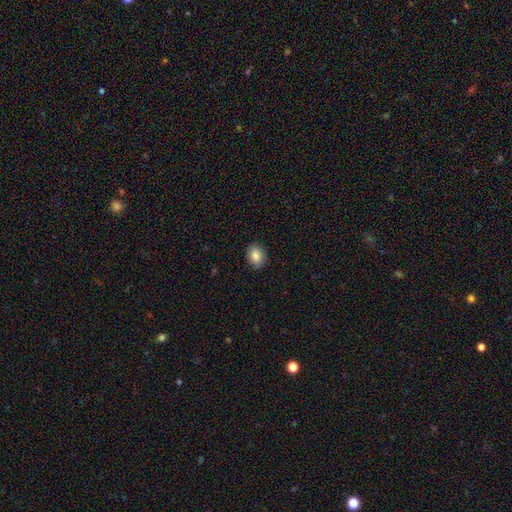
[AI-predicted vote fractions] smooth-or-featured: smooth: 86% | star or artifact: 8% | featured or disk: 6%
  how-rounded: in between: 57% | round: 43% | cigar-shaped: 1%
  merging: none: 88% | minor disturbance: 9% | major disturbance: 2% | merger: 1%